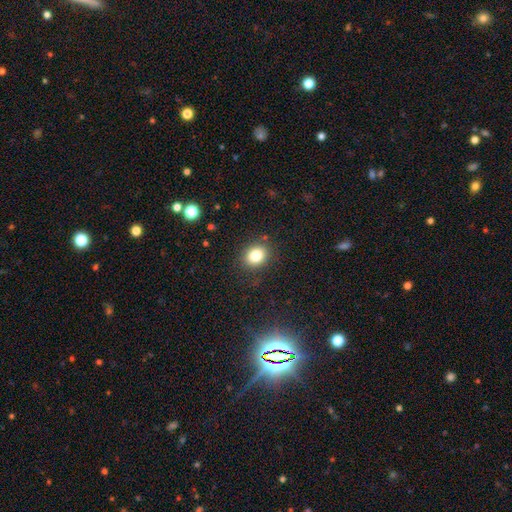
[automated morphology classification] smooth-or-featured: smooth: 82% | star or artifact: 11% | featured or disk: 7%
  how-rounded: round: 55% | in between: 44% | cigar-shaped: 1%
  merging: none: 86% | minor disturbance: 9% | major disturbance: 3% | merger: 2%